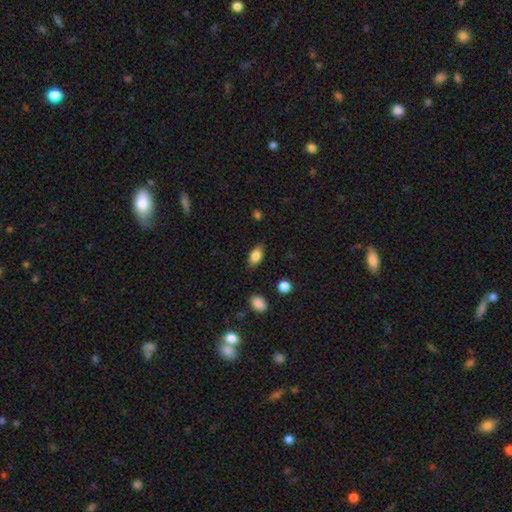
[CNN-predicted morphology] A smooth galaxy with no disk features (83%) that is in between round and cigar-shaped (89%).

Vote fractions:
- Smooth or featured? smooth: 83% / featured or disk: 9% / star or artifact: 8%
- How rounded? in between: 89% / round: 7% / cigar-shaped: 5%
- Merging? none: 82% / minor disturbance: 13% / major disturbance: 3% / merger: 1%